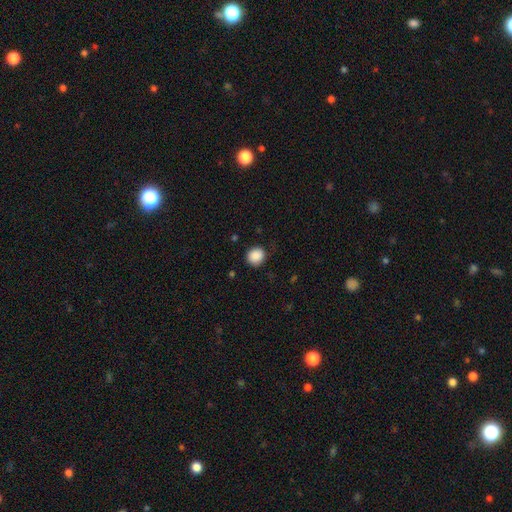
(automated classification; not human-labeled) A smooth galaxy with no disk features (89%) that is round (86%).

Vote fractions:
- Smooth or featured? smooth: 89% / star or artifact: 8% / featured or disk: 3%
- How rounded? round: 86% / in between: 13% / cigar-shaped: 1%
- Merging? none: 83% / minor disturbance: 13% / major disturbance: 3% / merger: 1%